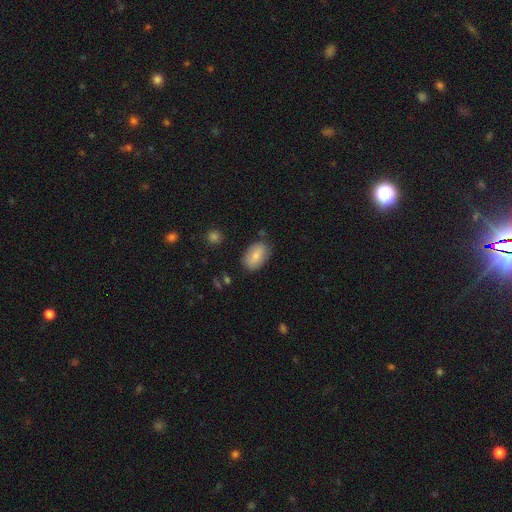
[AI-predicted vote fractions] A smooth galaxy with no disk features (79%) that is in between round and cigar-shaped (92%).

Vote fractions:
- Smooth or featured? smooth: 79% / featured or disk: 14% / star or artifact: 7%
- How rounded? in between: 92% / round: 7% / cigar-shaped: 2%
- Merging? none: 78% / minor disturbance: 16% / major disturbance: 3% / merger: 2%